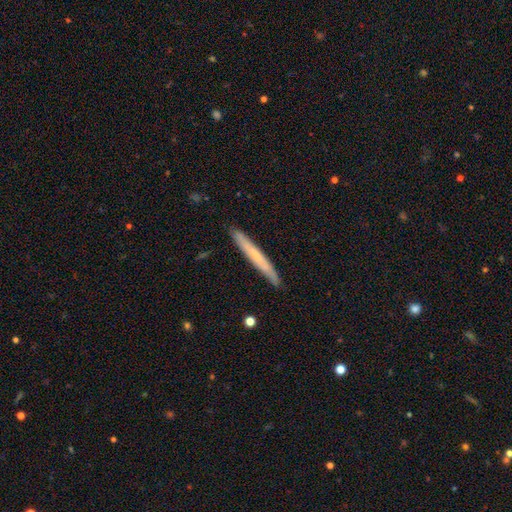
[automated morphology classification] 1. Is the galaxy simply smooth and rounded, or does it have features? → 56% smooth, 38% featured or disk, 6% star or artifact.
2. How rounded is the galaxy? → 97% cigar-shaped, 2% in between, 1% round.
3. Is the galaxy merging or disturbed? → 90% none, 7% minor disturbance, 1% major disturbance, 1% merger.